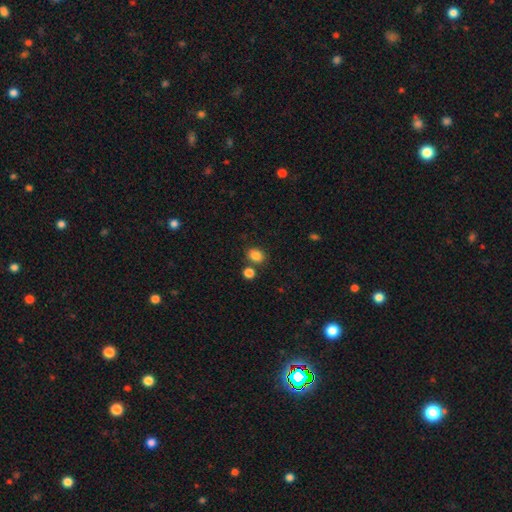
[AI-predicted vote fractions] Smooth or featured: smooth — 84% (star or artifact — 11%)
How rounded: in between — 52% (round — 47%)
Merging: none — 72% (merger — 15%)